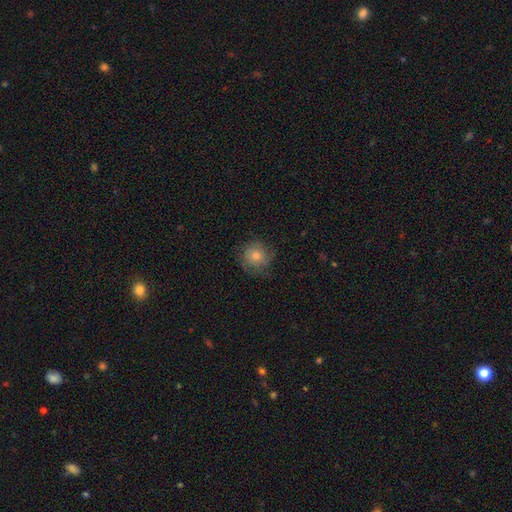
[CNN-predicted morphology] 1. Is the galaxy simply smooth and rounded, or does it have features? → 53% smooth, 35% featured or disk, 12% star or artifact.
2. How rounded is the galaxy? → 89% round, 10% in between, 1% cigar-shaped.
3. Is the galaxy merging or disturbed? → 74% none, 17% minor disturbance, 8% major disturbance, 1% merger.